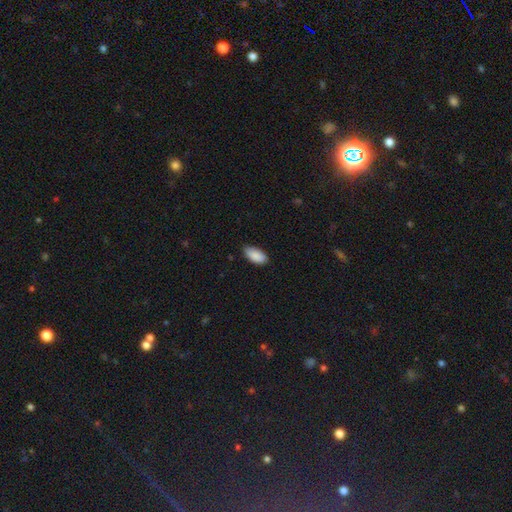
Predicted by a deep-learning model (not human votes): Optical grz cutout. It shows a smooth galaxy with no disk features (89%) that is in between round and cigar-shaped (93%). Merging: none (79%).